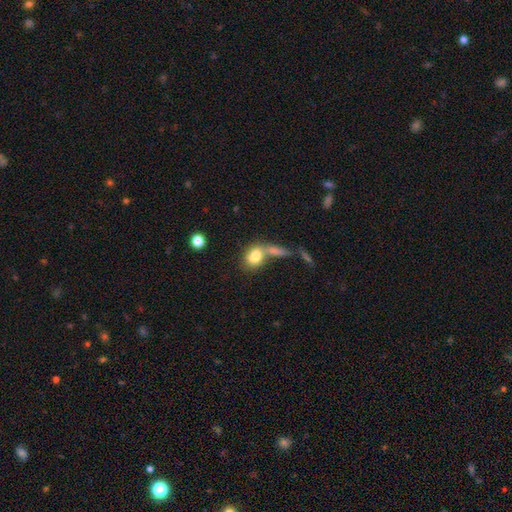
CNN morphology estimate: smooth_or_featured: smooth (p=0.78) [alt: featured or disk p=0.13]
how_rounded: in between (p=0.66) [alt: round p=0.31]
merging: merger (p=0.51) [alt: none p=0.30]